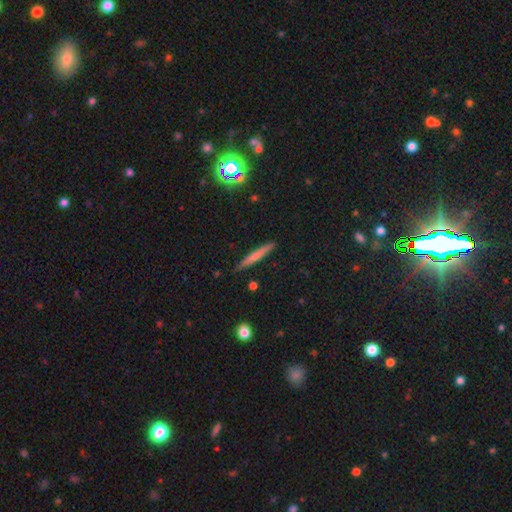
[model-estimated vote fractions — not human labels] smooth 60%, featured or disk 32%, star or artifact 8%. Down the decision tree: how rounded — cigar-shaped (95%); merging — none (88%).